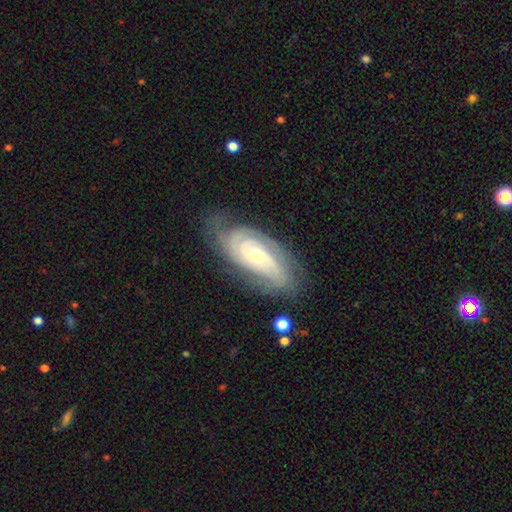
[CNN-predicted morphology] Smooth or featured?
  - featured or disk: 83% *
  - smooth: 11%
  - star or artifact: 6%
Edge-on disk?
  - no: 93% *
  - yes: 7%
Bar?
  - no: 65% *
  - weak: 27%
  - strong: 7%
Spiral arms?
  - yes: 95% *
  - no: 5%
Spiral winding?
  - tight: 68% *
  - medium: 26%
  - loose: 6%
Spiral arm count?
  - can't tell: 34% *
  - 2: 23%
  - 3: 22%
  - 4: 12%
  - more than 4: 5%
  - 1: 4%
Bulge size?
  - small: 59% *
  - moderate: 37%
  - large: 2%
  - none: 1%
  - dominant: 1%
Merging?
  - none: 71% *
  - minor disturbance: 20%
  - major disturbance: 7%
  - merger: 2%